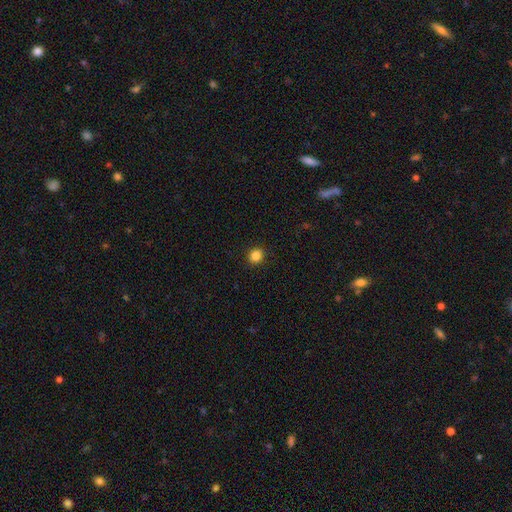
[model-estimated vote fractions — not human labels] This appears to be a smooth galaxy with no disk features (85%) that is round (86%). Merging: none (92%).